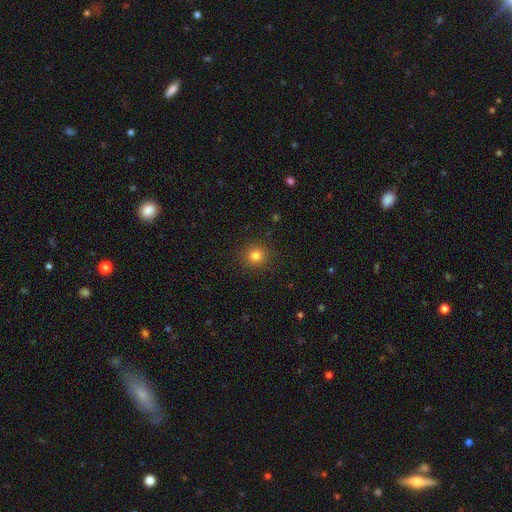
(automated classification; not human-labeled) smooth-or-featured: smooth: 81% | star or artifact: 14% | featured or disk: 6%
  how-rounded: round: 92% | in between: 7% | cigar-shaped: 1%
  merging: none: 91% | minor disturbance: 6% | major disturbance: 2% | merger: 1%